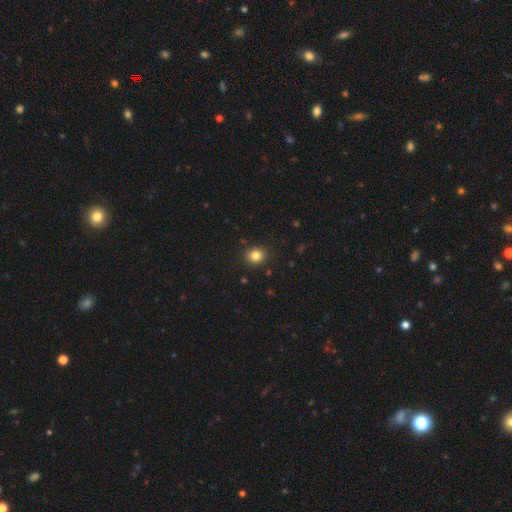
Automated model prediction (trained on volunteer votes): Smooth or featured?
  - smooth: 83% *
  - star or artifact: 12%
  - featured or disk: 5%
How rounded?
  - round: 80% *
  - in between: 19%
  - cigar-shaped: 1%
Merging?
  - none: 89% *
  - minor disturbance: 7%
  - major disturbance: 2%
  - merger: 1%